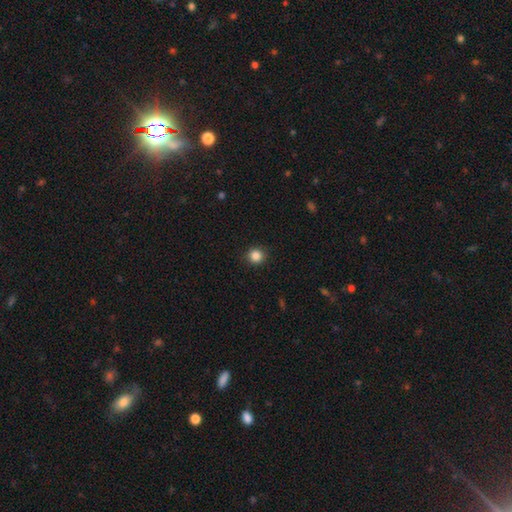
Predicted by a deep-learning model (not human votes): Smooth or featured?
  - smooth: 86% *
  - star or artifact: 11%
  - featured or disk: 3%
How rounded?
  - round: 93% *
  - in between: 6%
  - cigar-shaped: 1%
Merging?
  - none: 91% *
  - minor disturbance: 6%
  - major disturbance: 2%
  - merger: 1%